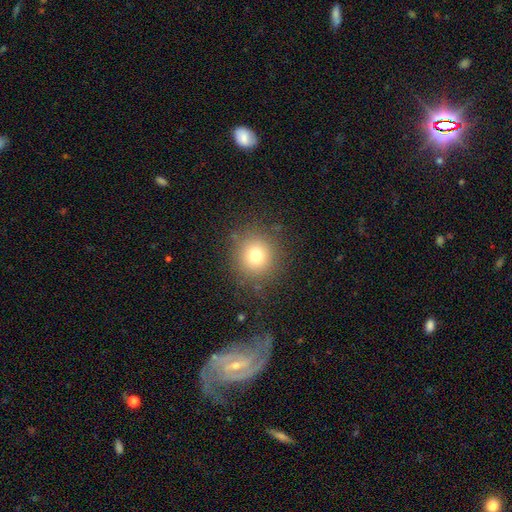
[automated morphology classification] Smooth or featured? Predicted: smooth (p=0.75). How rounded? Predicted: round (p=0.93). Merging? Predicted: none (p=0.86).